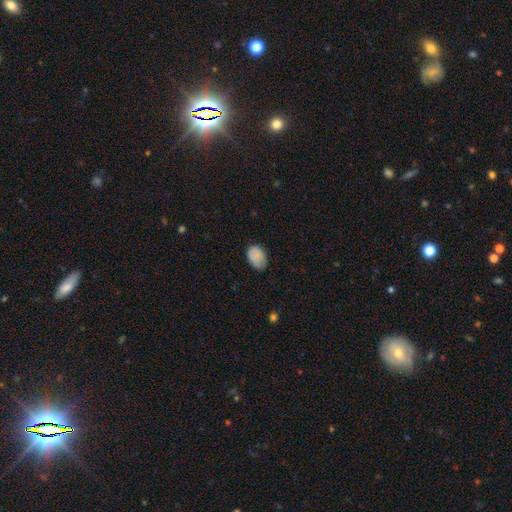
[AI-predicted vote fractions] Q: Smooth or featured?
A: smooth (86%); runner-up: star or artifact (8%)
Q: How rounded?
A: in between (85%); runner-up: round (14%)
Q: Merging?
A: none (68%); runner-up: minor disturbance (26%)